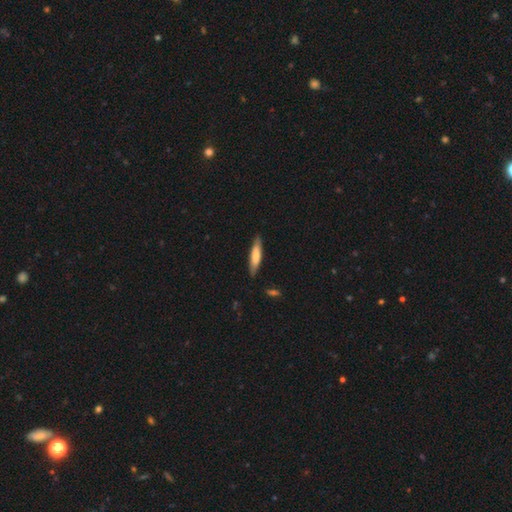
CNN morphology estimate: The model was most divided on "smooth or featured": smooth: 68%, featured or disk: 26%, star or artifact: 6%. More confident: merging — none (84%); how rounded — cigar-shaped (80%).